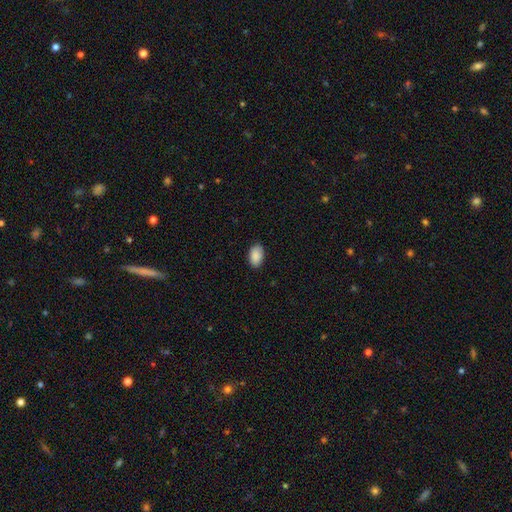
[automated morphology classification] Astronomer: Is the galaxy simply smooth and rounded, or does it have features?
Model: smooth — 90%.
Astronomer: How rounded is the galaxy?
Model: in between — 93%.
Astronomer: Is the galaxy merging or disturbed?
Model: none — 87%.